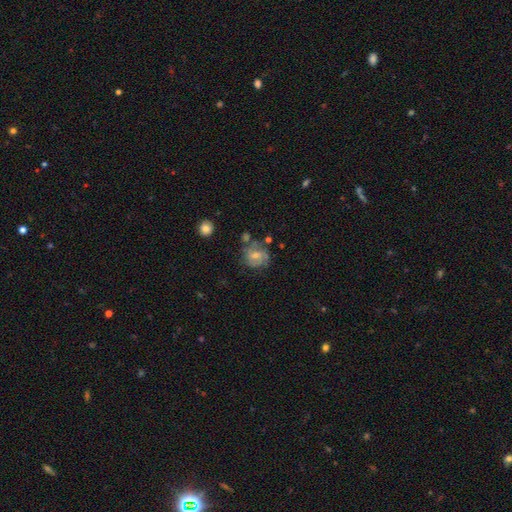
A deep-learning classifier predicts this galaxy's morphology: Smooth or featured?
  - featured or disk: 56% *
  - smooth: 35%
  - star or artifact: 9%
Edge-on disk?
  - no: 97% *
  - yes: 3%
Bar?
  - no: 51% *
  - weak: 41%
  - strong: 7%
Spiral arms?
  - yes: 75% *
  - no: 25%
Bulge size?
  - moderate: 48% *
  - small: 35%
  - none: 11%
  - large: 5%
  - dominant: 1%
Merging?
  - none: 55% *
  - minor disturbance: 23%
  - major disturbance: 13%
  - merger: 8%